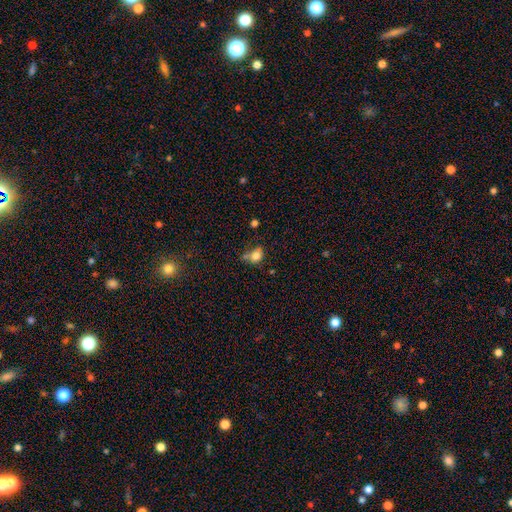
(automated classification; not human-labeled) Smooth or featured? smooth (78%)
How rounded? in between (51%)
Merging? none (45%)